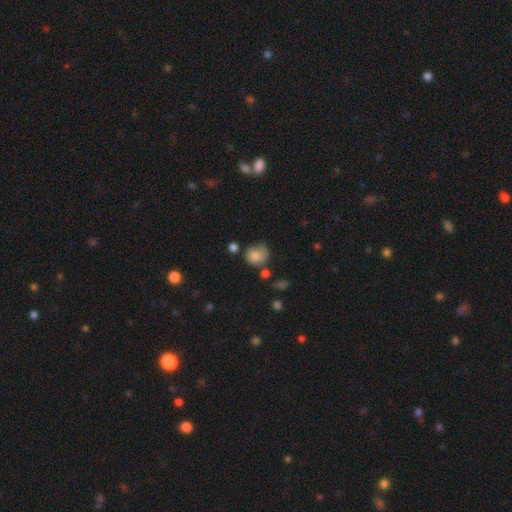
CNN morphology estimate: smooth 80%, featured or disk 11%, star or artifact 9%. Down the decision tree: how rounded — round (71%); merging — none (44%).